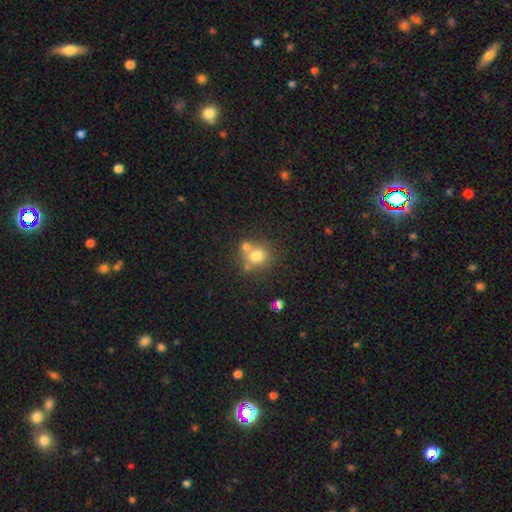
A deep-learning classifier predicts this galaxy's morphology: Smooth or featured?
  - smooth: 74% *
  - star or artifact: 13%
  - featured or disk: 13%
How rounded?
  - round: 84% *
  - in between: 15%
  - cigar-shaped: 1%
Merging?
  - none: 56% *
  - merger: 30%
  - minor disturbance: 10%
  - major disturbance: 4%